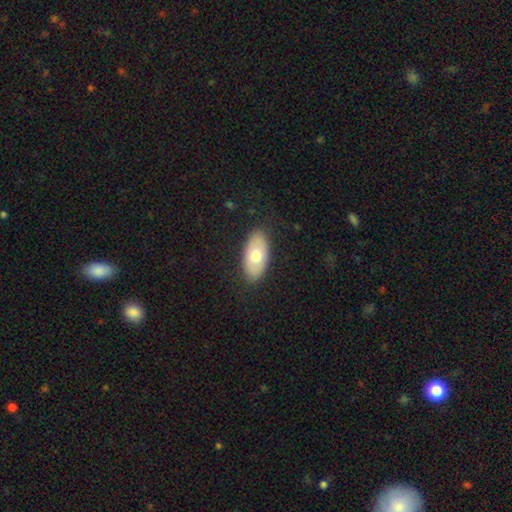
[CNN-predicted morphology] Q: Smooth or featured?
A: smooth (67%); runner-up: featured or disk (27%)
Q: How rounded?
A: in between (93%); runner-up: round (4%)
Q: Merging?
A: none (85%); runner-up: minor disturbance (11%)